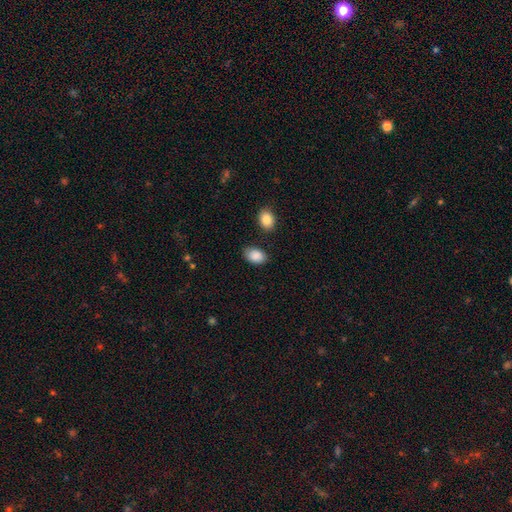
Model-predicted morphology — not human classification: Smooth or featured: smooth — 89% (star or artifact — 7%)
How rounded: in between — 86% (round — 13%)
Merging: none — 79% (minor disturbance — 14%)